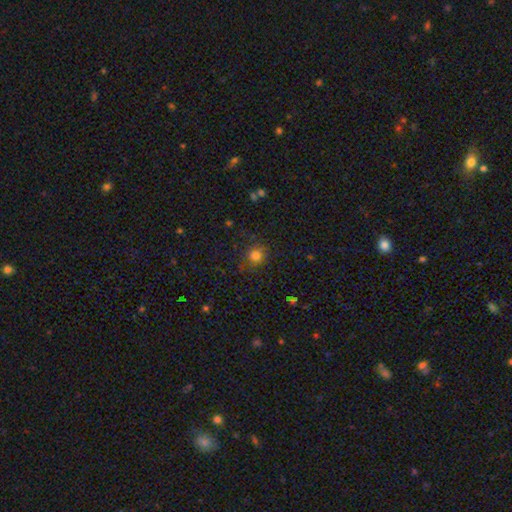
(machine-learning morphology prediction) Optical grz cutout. It shows a smooth galaxy with no disk features (81%) that is round (87%). Merging: none (83%).